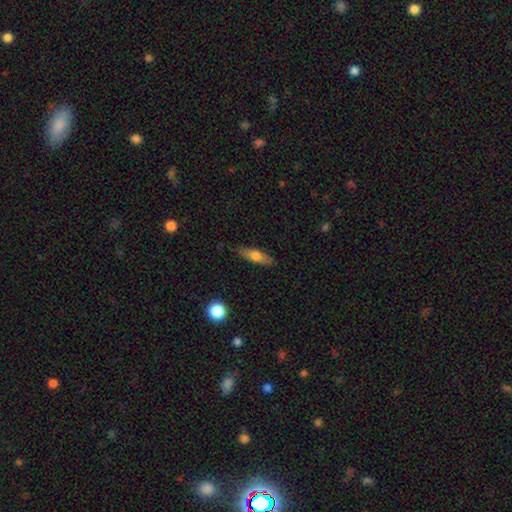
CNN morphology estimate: Smooth or featured? Predicted: smooth (p=0.64). How rounded? Predicted: cigar-shaped (p=0.53). Merging? Predicted: none (p=0.82).